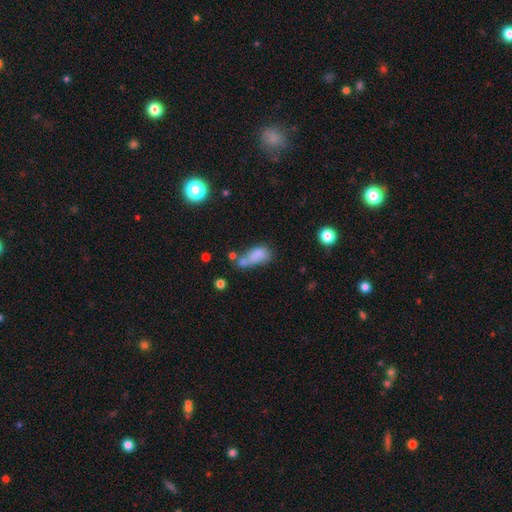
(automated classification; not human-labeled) This appears to be a smooth galaxy with no disk features (72%) that is in between round and cigar-shaped (82%). Merging: merger (36%).